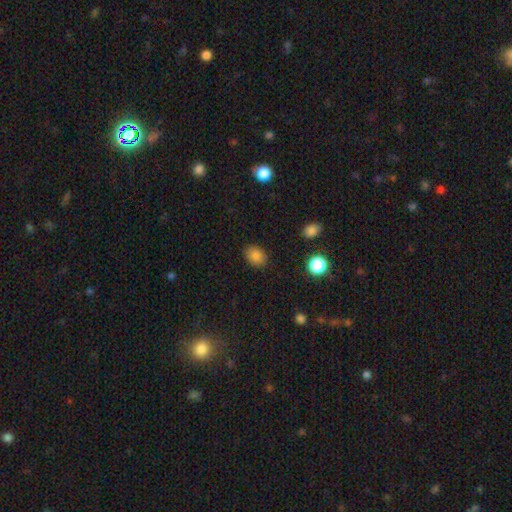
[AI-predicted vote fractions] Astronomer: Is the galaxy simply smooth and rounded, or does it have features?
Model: smooth — 84%.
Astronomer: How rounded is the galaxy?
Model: in between — 67%.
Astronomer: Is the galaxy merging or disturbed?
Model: none — 86%.